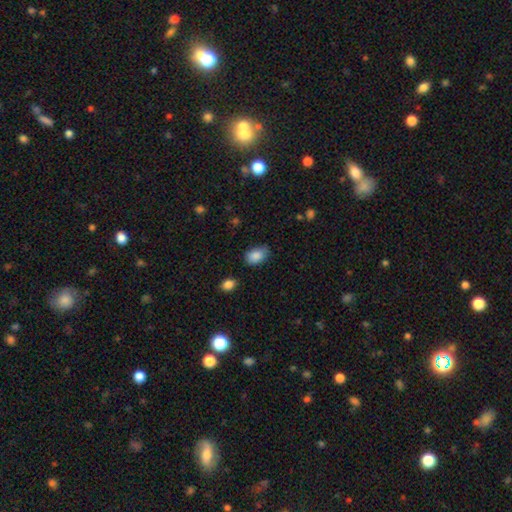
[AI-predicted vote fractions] Overall: smooth (87%). How rounded: in between (85%). Merging: none (68%).